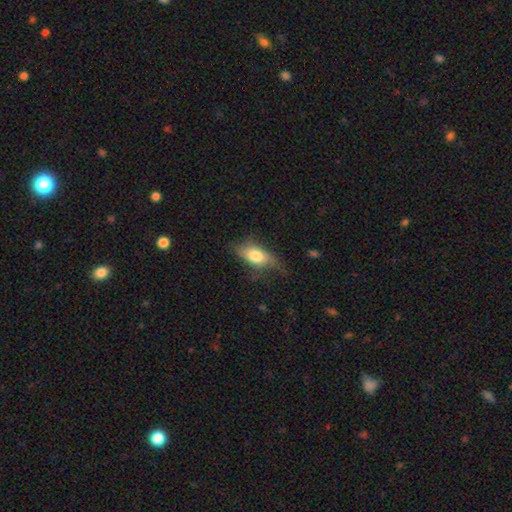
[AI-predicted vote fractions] This appears to be a smooth galaxy with no disk features (70%) that is in between round and cigar-shaped (83%). Merging: none (48%).